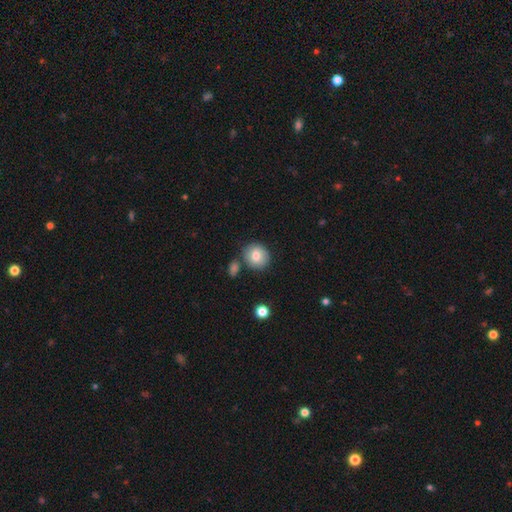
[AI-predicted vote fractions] This is clearly a smooth galaxy (80%). How rounded: clearly round (84%). Merging: likely none (75%).